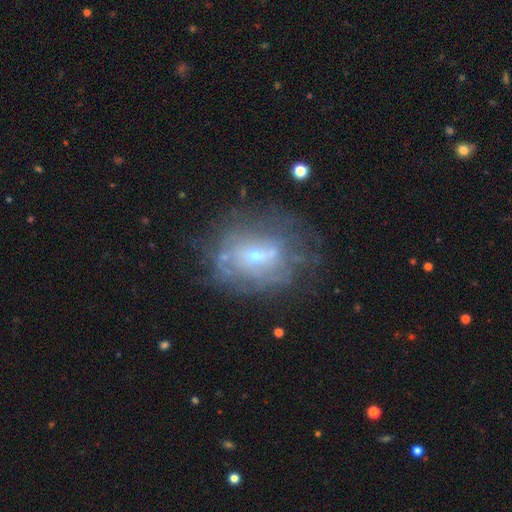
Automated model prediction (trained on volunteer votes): smooth_or_featured: featured or disk (p=0.62) [alt: smooth p=0.24]
disk_edge_on: no (p=0.94) [alt: yes p=0.06]
bar: no (p=0.57) [alt: weak p=0.32]
has_spiral_arms: no (p=0.59) [alt: yes p=0.41]
bulge_size: small (p=0.69) [alt: moderate p=0.27]
merging: none (p=0.54) [alt: minor disturbance p=0.23]